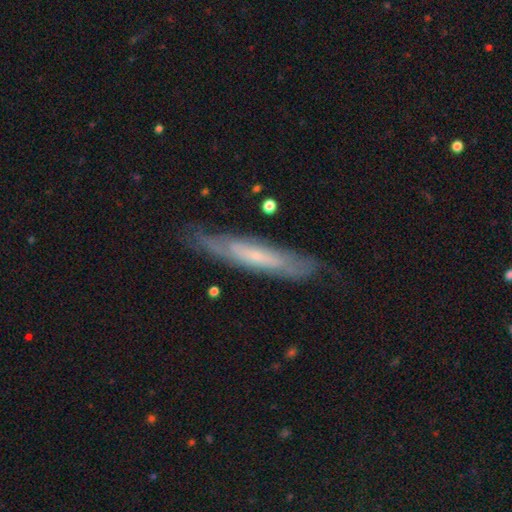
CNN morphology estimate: The model was most divided on "edge-on disk": yes: 61%, no: 39%. More confident: merging — none (76%); smooth or featured — featured or disk (61%).